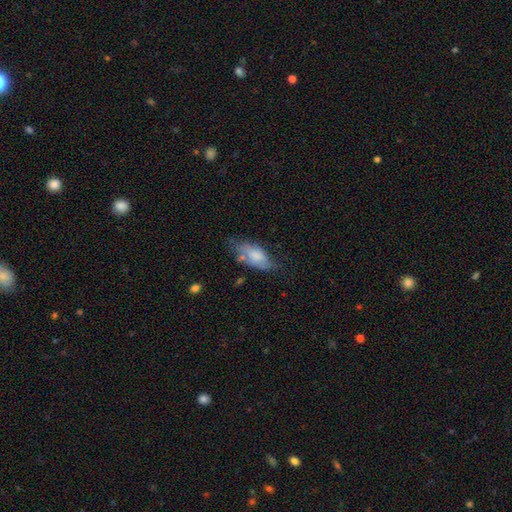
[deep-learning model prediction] A smooth galaxy with no disk features (72%) that is in between round and cigar-shaped (89%). Merging: none (44%).